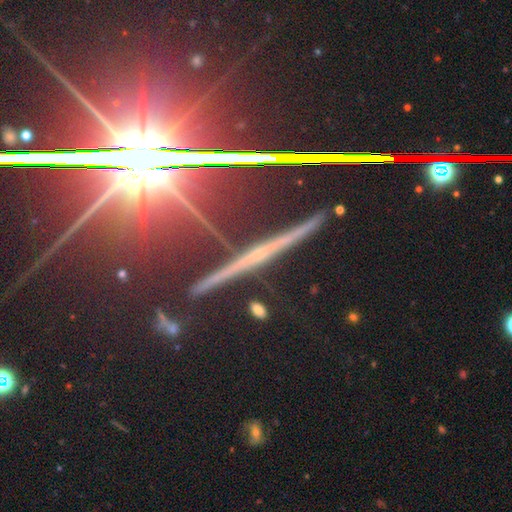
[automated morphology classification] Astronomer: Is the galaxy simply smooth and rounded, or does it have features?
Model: featured or disk — 50% (runner-up: star or artifact, 39%).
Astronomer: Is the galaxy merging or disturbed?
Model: none — 87%.